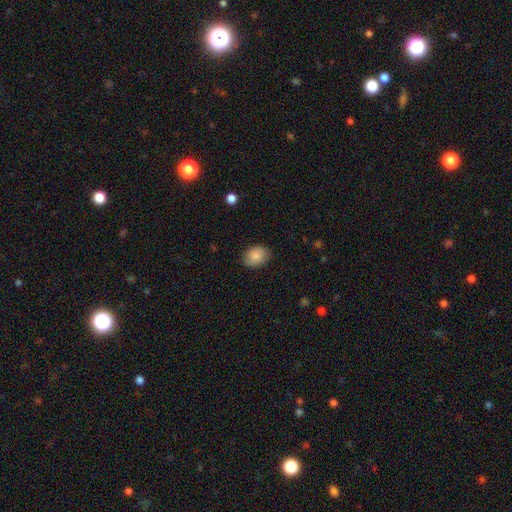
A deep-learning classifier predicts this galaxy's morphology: This appears to be a smooth galaxy with no disk features (86%) that is in between round and cigar-shaped (69%). Merging: none (85%).